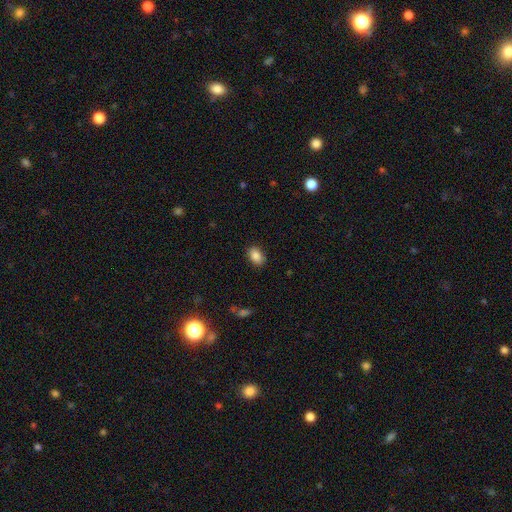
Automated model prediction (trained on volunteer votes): Morphology: type=smooth (86%); roundness=in between (85%); merging=none (87%).